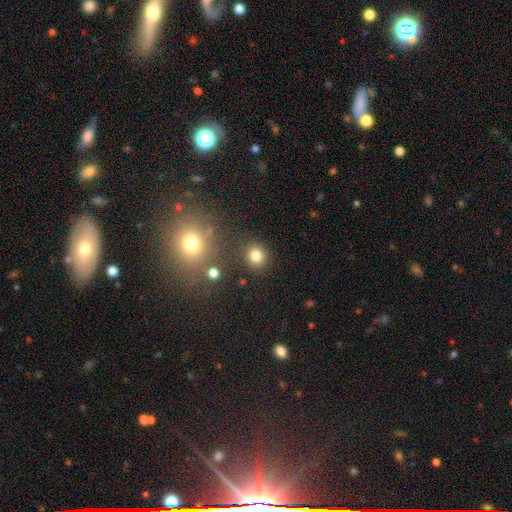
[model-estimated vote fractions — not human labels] Smooth or featured?
  - smooth: 80% *
  - star or artifact: 13%
  - featured or disk: 6%
How rounded?
  - round: 80% *
  - in between: 19%
  - cigar-shaped: 1%
Merging?
  - none: 85% *
  - minor disturbance: 8%
  - merger: 4%
  - major disturbance: 3%